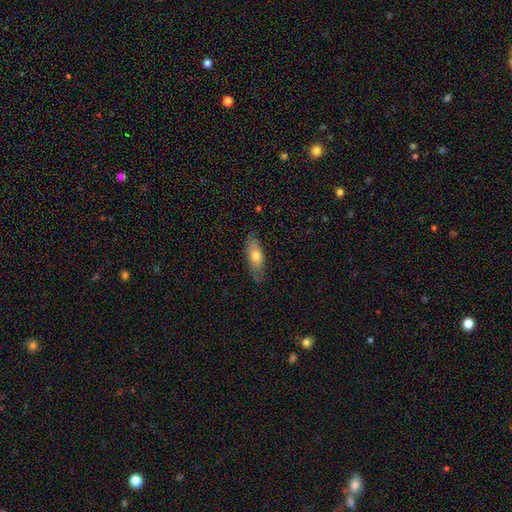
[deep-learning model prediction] This appears to be a smooth galaxy with no disk features (67%) that is in between round and cigar-shaped (66%). Merging: none (81%).